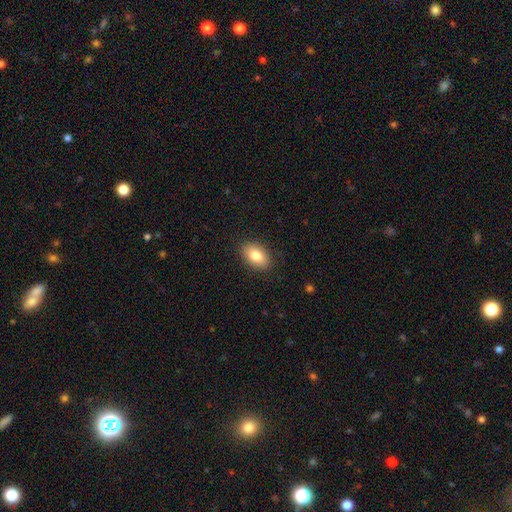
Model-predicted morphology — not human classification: Q: Smooth or featured?
A: smooth (83%); runner-up: featured or disk (9%)
Q: How rounded?
A: in between (89%); runner-up: round (9%)
Q: Merging?
A: none (88%); runner-up: minor disturbance (9%)